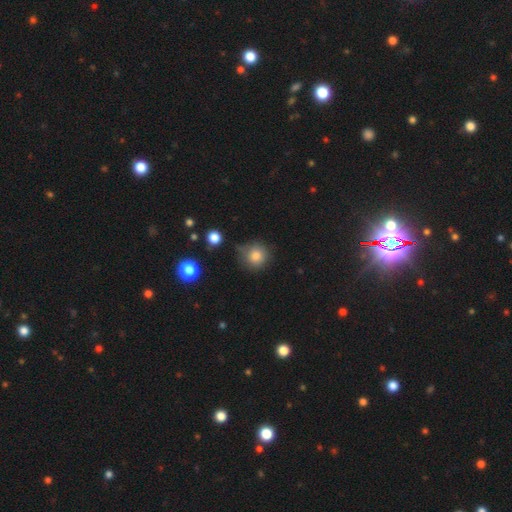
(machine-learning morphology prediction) A smooth galaxy with no disk features (83%) that is round (92%).

Vote fractions:
- Smooth or featured? smooth: 83% / star or artifact: 11% / featured or disk: 6%
- How rounded? round: 92% / in between: 7% / cigar-shaped: 1%
- Merging? none: 71% / minor disturbance: 19% / major disturbance: 5% / merger: 5%